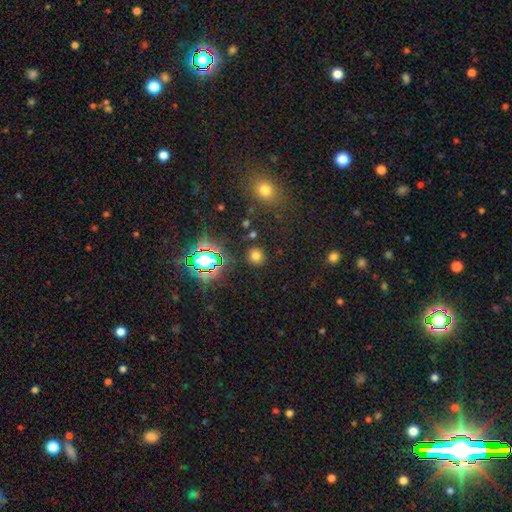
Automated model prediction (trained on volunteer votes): Smooth or featured?
  - smooth: 71% *
  - star or artifact: 24%
  - featured or disk: 6%
How rounded?
  - round: 89% *
  - in between: 10%
  - cigar-shaped: 1%
Merging?
  - none: 87% *
  - minor disturbance: 7%
  - merger: 3%
  - major disturbance: 3%